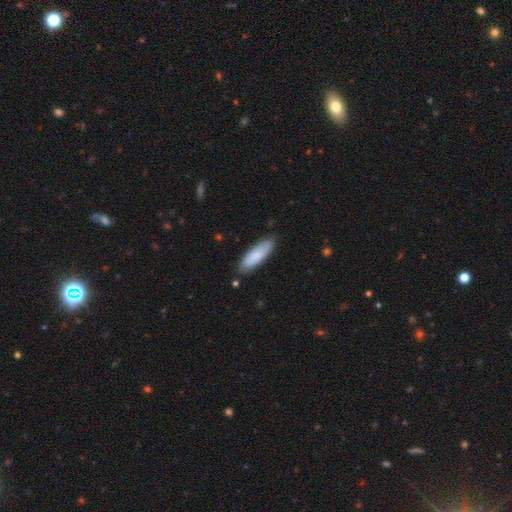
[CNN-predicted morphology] The model was most divided on "how rounded": cigar-shaped: 52%, in between: 46%, round: 1%. More confident: merging — none (86%); smooth or featured — smooth (81%).